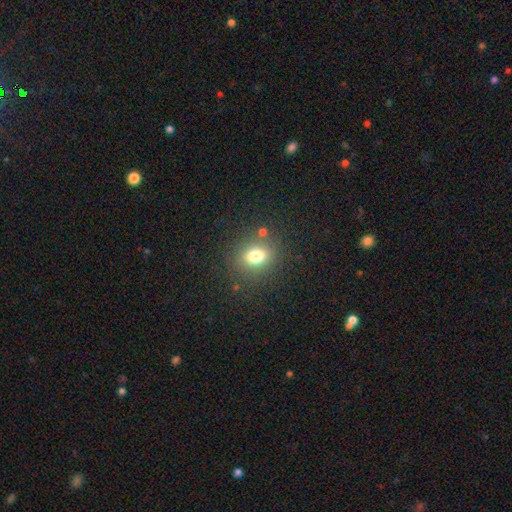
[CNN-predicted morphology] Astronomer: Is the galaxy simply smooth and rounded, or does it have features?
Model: smooth — 76%.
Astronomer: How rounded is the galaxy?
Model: in between — 50% (runner-up: round, 49%).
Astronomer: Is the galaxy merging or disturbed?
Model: none — 79%.